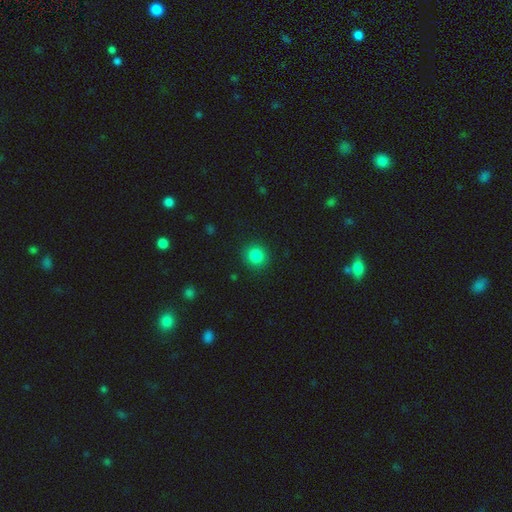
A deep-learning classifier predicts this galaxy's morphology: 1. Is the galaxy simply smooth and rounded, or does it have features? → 85% smooth, 11% star or artifact, 4% featured or disk.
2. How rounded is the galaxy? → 90% round, 9% in between, 1% cigar-shaped.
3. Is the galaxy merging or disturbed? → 90% none, 6% minor disturbance, 2% major disturbance, 1% merger.